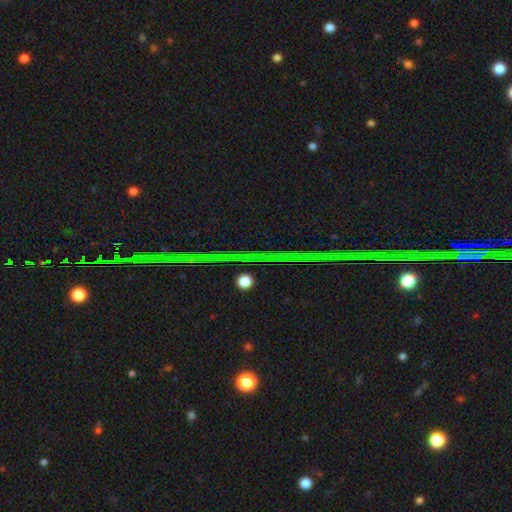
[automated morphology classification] Overall: star or artifact (86%).